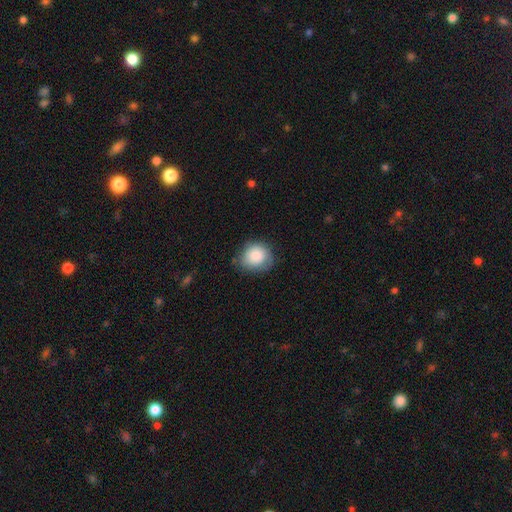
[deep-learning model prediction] Smooth or featured: smooth — 85% (star or artifact — 8%)
How rounded: round — 77% (in between — 22%)
Merging: none — 69% (minor disturbance — 24%)